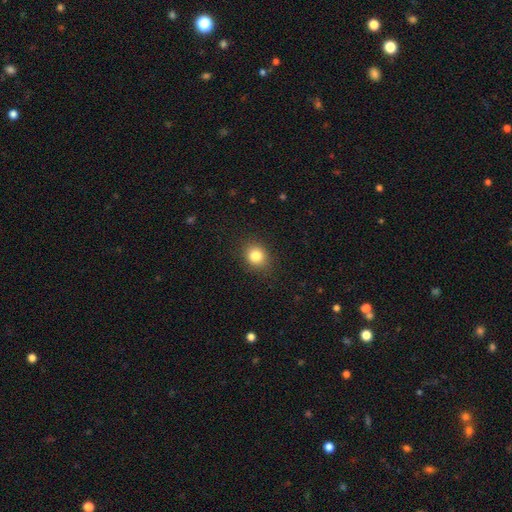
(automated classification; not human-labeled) Smooth or featured?
  - smooth: 84% *
  - star or artifact: 11%
  - featured or disk: 5%
How rounded?
  - round: 68% *
  - in between: 31%
  - cigar-shaped: 1%
Merging?
  - none: 87% *
  - minor disturbance: 9%
  - major disturbance: 3%
  - merger: 1%